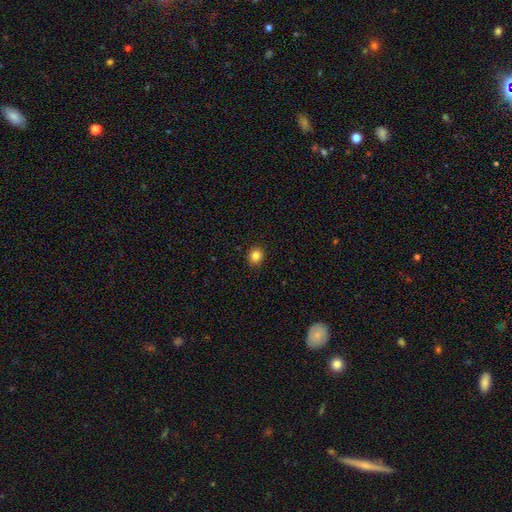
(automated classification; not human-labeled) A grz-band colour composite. It shows a smooth galaxy with no disk features (83%) that is round (83%). Merging: none (92%).